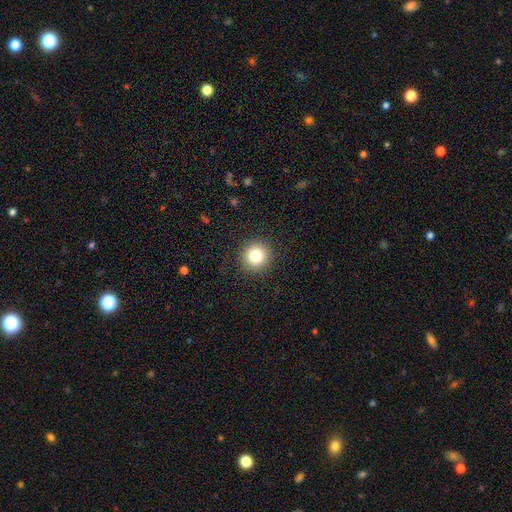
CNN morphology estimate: type=smooth (83%); roundness=round (94%); merging=none (92%).